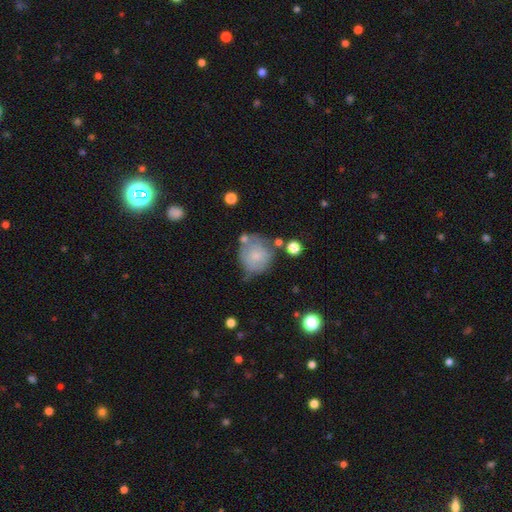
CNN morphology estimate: This appears to be a smooth galaxy with no disk features (67%) that is round (84%). Merging: none (45%).